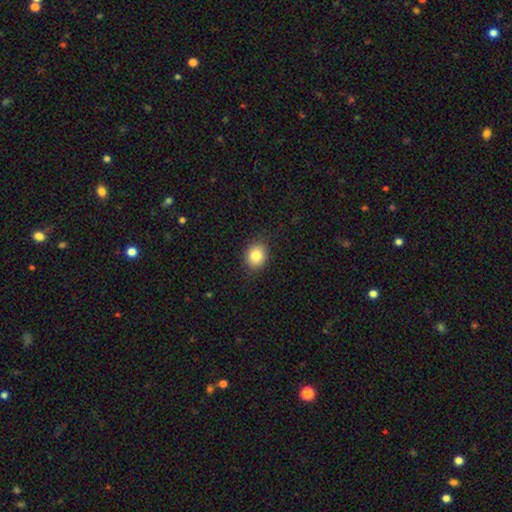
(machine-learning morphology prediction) smooth 83%, star or artifact 9%, featured or disk 7%. Down the decision tree: how rounded — round (63%); merging — none (88%).